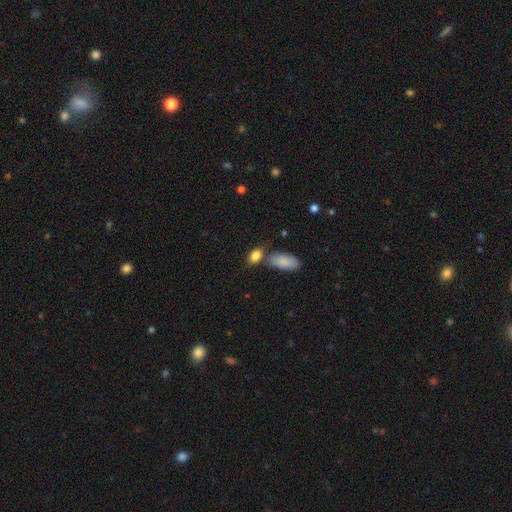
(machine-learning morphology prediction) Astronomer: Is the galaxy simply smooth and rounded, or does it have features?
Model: smooth — 84%.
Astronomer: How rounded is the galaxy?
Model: in between — 84%.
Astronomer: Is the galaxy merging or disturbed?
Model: none — 58%.